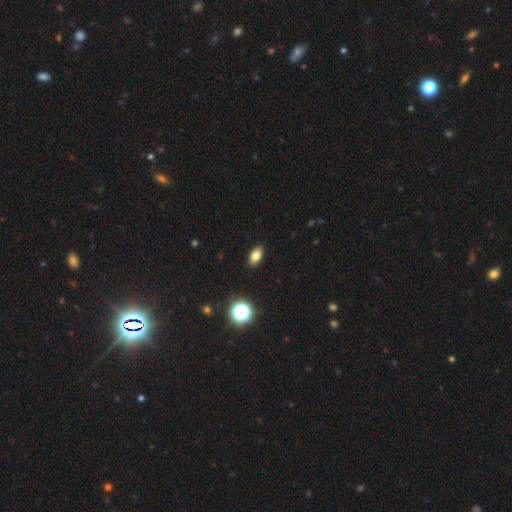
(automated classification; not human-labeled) Smooth or featured? Predicted: smooth (p=0.79). How rounded? Predicted: in between (p=0.87). Merging? Predicted: none (p=0.90).